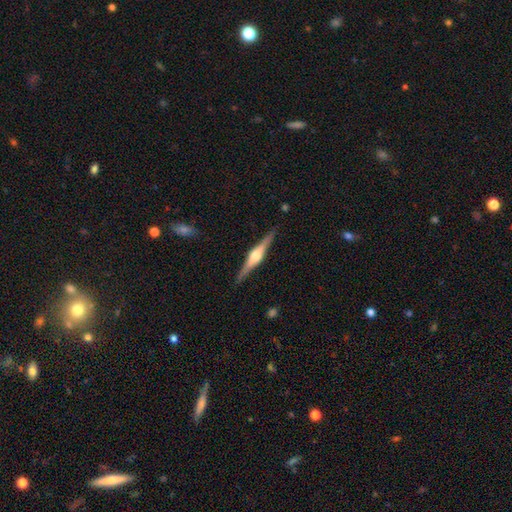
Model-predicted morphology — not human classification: Overall: featured or disk (81%). Edge-on disk: yes (98%). Edge-on bulge: rounded (89%). Merging: none (90%).